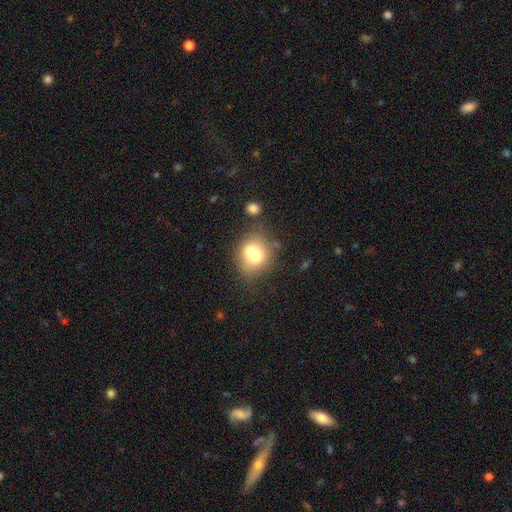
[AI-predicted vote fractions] smooth_or_featured: smooth (p=0.64) [alt: featured or disk p=0.25]
how_rounded: round (p=0.67) [alt: in between p=0.32]
merging: merger (p=0.54) [alt: none p=0.33]